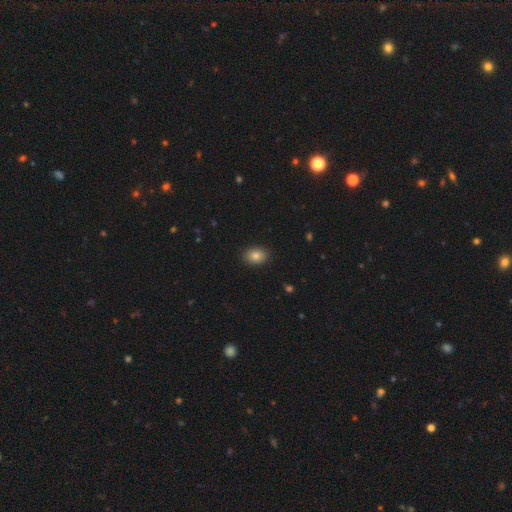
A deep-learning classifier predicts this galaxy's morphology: The model was most divided on "how rounded": in between: 68%, round: 31%, cigar-shaped: 1%. More confident: merging — none (90%); smooth or featured — smooth (83%).